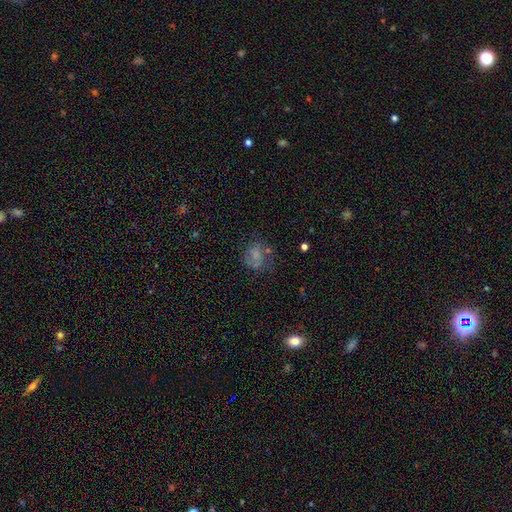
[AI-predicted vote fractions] A smooth galaxy with no disk features (55%) that is round (54%).

Vote fractions:
- Smooth or featured? smooth: 55% / featured or disk: 29% / star or artifact: 16%
- How rounded? round: 54% / in between: 44% / cigar-shaped: 1%
- Merging? none: 50% / minor disturbance: 24% / major disturbance: 19% / merger: 8%